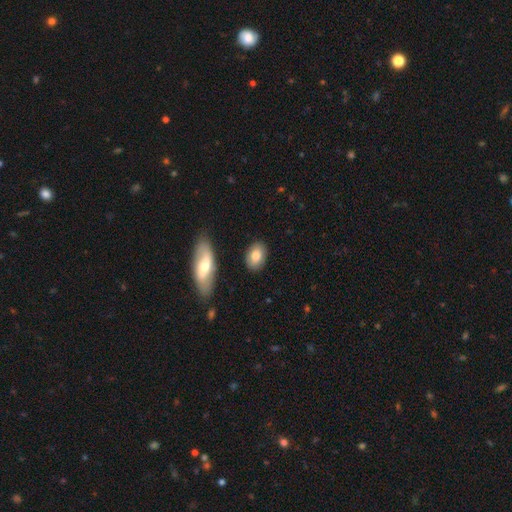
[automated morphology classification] Smooth or featured?
  - smooth: 79% *
  - featured or disk: 15%
  - star or artifact: 7%
How rounded?
  - in between: 82% *
  - round: 16%
  - cigar-shaped: 2%
Merging?
  - none: 84% *
  - minor disturbance: 10%
  - merger: 3%
  - major disturbance: 3%